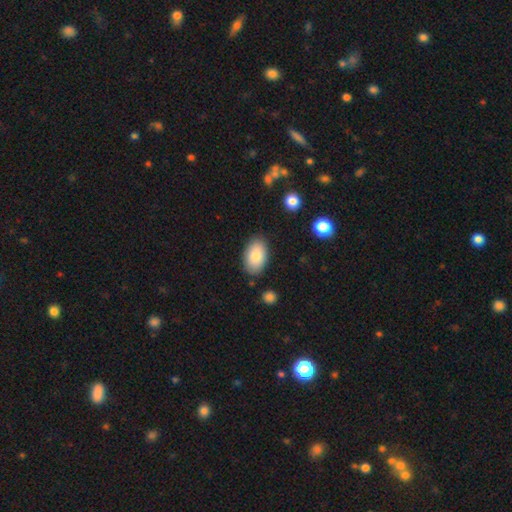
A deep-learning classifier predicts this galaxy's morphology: smooth_or_featured: smooth (p=0.85) [alt: featured or disk p=0.09]
how_rounded: in between (p=0.93) [alt: round p=0.05]
merging: none (p=0.84) [alt: minor disturbance p=0.12]